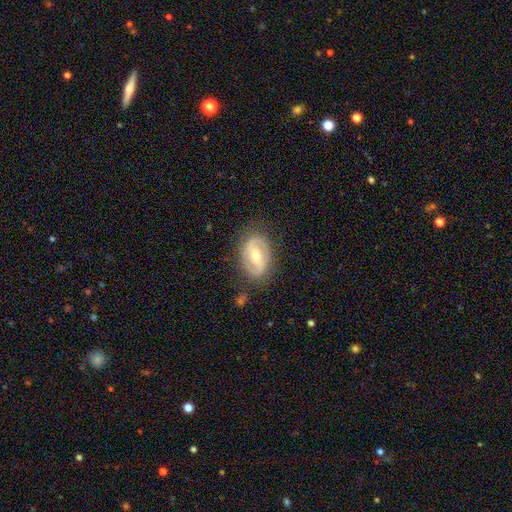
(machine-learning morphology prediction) smooth-or-featured: featured or disk: 76% | smooth: 19% | star or artifact: 5%
  disk-edge-on: no: 96% | yes: 4%
    bar: weak: 42% | strong: 32% | no: 26%
    has-spiral-arms: yes: 80% | no: 20%
      spiral-winding: medium: 45% | tight: 31% | loose: 24%
      spiral-arm-count: 2: 85% | can't tell: 9% | 1: 3% | 3: 2% | 4: 1% | more than 4: 1%
    bulge-size: moderate: 59% | small: 37% | large: 2% | none: 1% | dominant: 1%
  merging: none: 79% | minor disturbance: 15% | major disturbance: 5% | merger: 1%